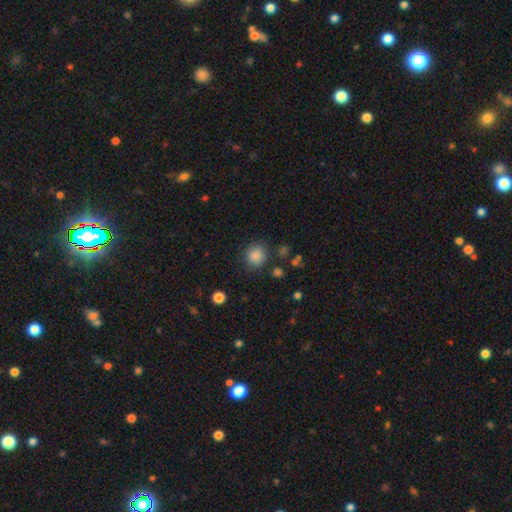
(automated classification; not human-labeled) Morphology: type=smooth (85%); roundness=round (85%); merging=none (81%).